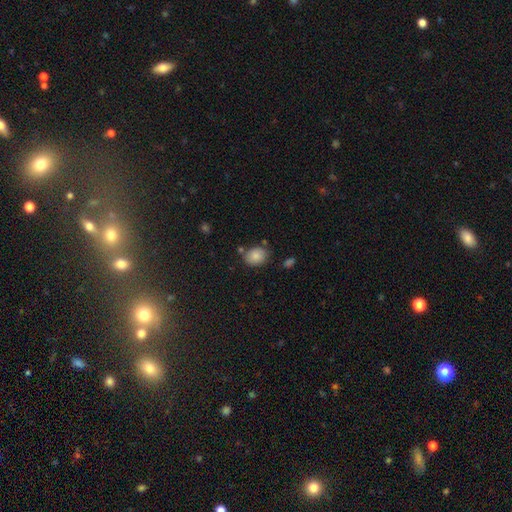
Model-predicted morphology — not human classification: A smooth galaxy with no disk features (86%) that is in between round and cigar-shaped (58%).

Vote fractions:
- Smooth or featured? smooth: 86% / star or artifact: 8% / featured or disk: 6%
- How rounded? in between: 58% / round: 41% / cigar-shaped: 1%
- Merging? none: 75% / minor disturbance: 14% / merger: 7% / major disturbance: 4%